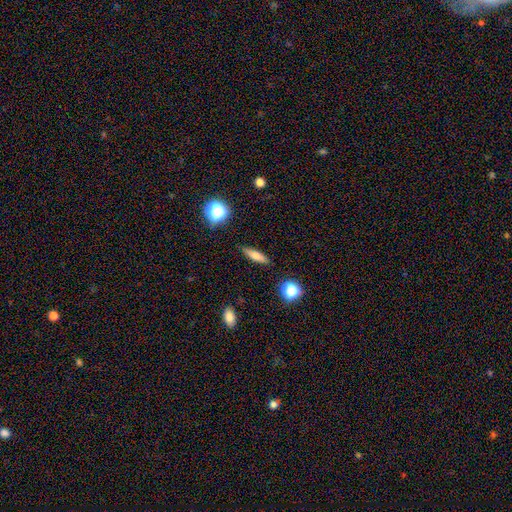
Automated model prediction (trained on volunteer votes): Q: Smooth or featured?
A: smooth (63%); runner-up: featured or disk (27%)
Q: How rounded?
A: cigar-shaped (66%); runner-up: in between (29%)
Q: Merging?
A: none (88%); runner-up: minor disturbance (8%)